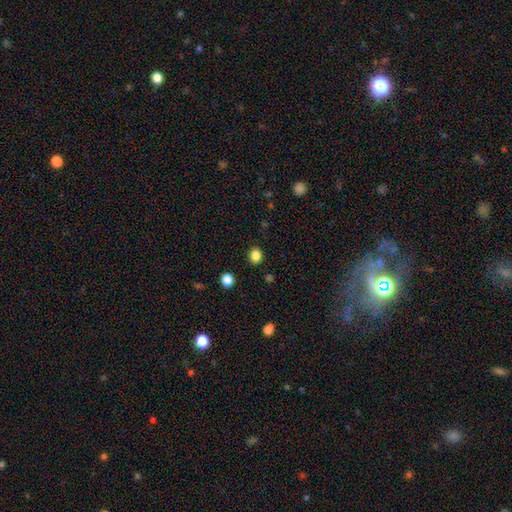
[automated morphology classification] type=smooth (85%); roundness=round (60%); merging=none (89%).